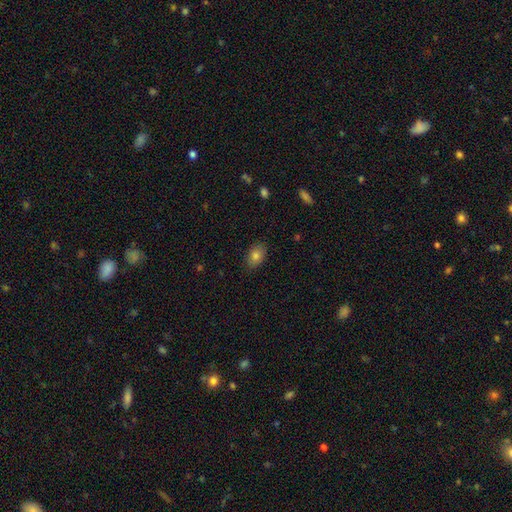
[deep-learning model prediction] smooth-or-featured: smooth: 81% | star or artifact: 10% | featured or disk: 10%
  how-rounded: in between: 81% | round: 18% | cigar-shaped: 1%
  merging: none: 85% | minor disturbance: 11% | major disturbance: 2% | merger: 1%